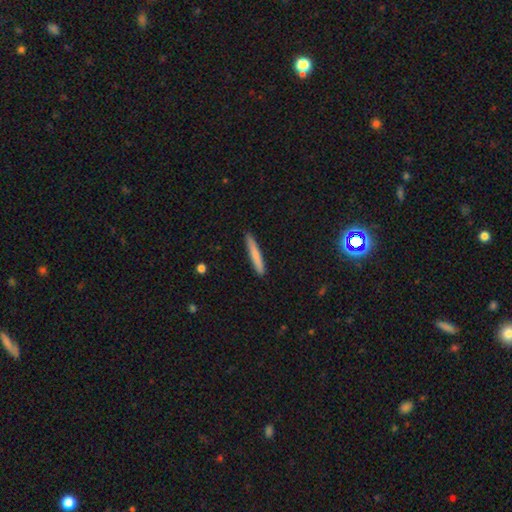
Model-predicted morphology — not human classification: Overall: smooth (76%). How rounded: cigar-shaped (95%). Merging: none (90%).